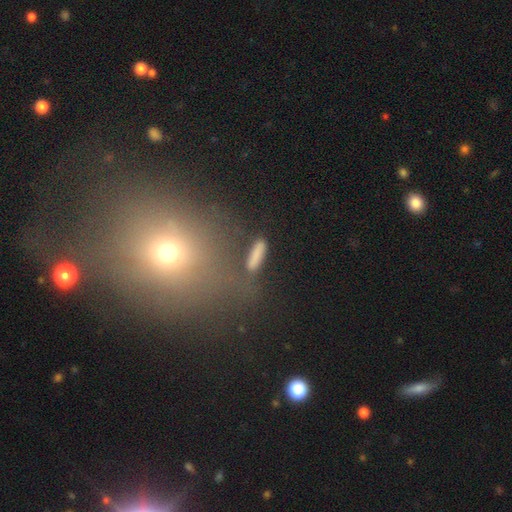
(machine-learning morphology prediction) Smooth or featured?
  - smooth: 78% *
  - star or artifact: 12%
  - featured or disk: 10%
How rounded?
  - cigar-shaped: 70% *
  - in between: 26%
  - round: 5%
Merging?
  - none: 74% *
  - minor disturbance: 14%
  - major disturbance: 6%
  - merger: 6%